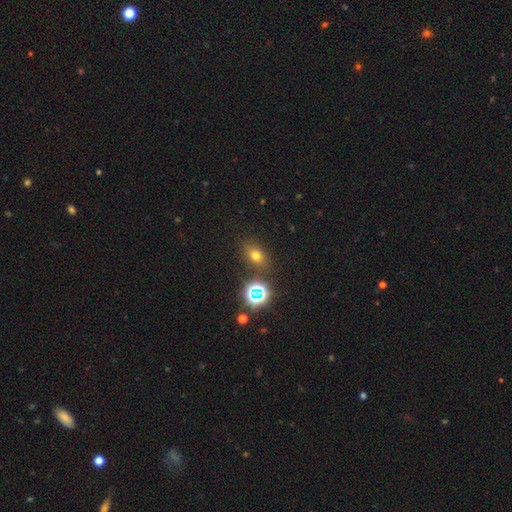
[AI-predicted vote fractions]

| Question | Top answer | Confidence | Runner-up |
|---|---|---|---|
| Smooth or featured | smooth | 64% | star or artifact (26%) |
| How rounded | in between | 68% | round (29%) |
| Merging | none | 82% | minor disturbance (10%) |